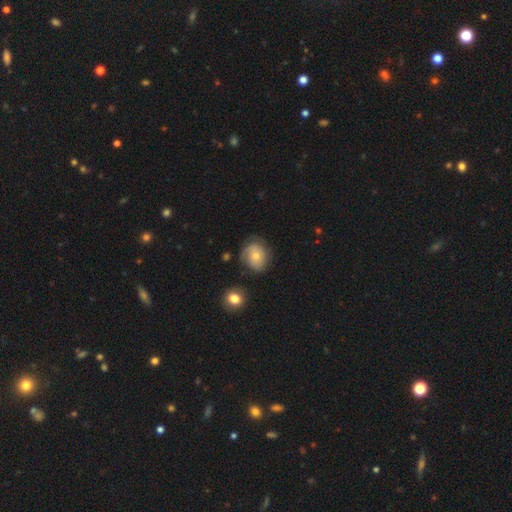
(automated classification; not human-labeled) The model was most divided on "smooth or featured": smooth: 53%, featured or disk: 39%, star or artifact: 8%. More confident: how rounded — round (63%); merging — none (60%).